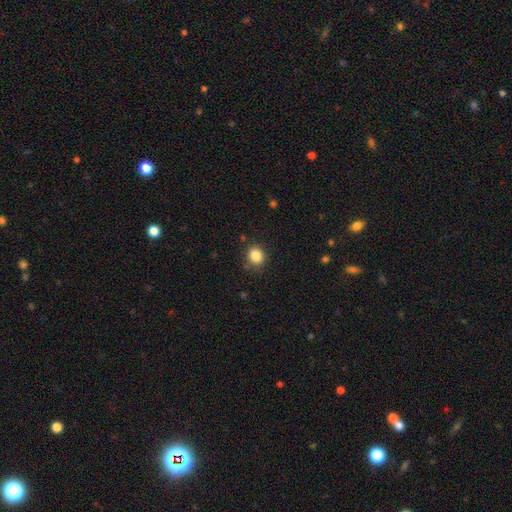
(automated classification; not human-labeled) The model was most divided on "how rounded": round: 79%, in between: 20%, cigar-shaped: 1%. More confident: merging — none (85%); smooth or featured — smooth (85%).